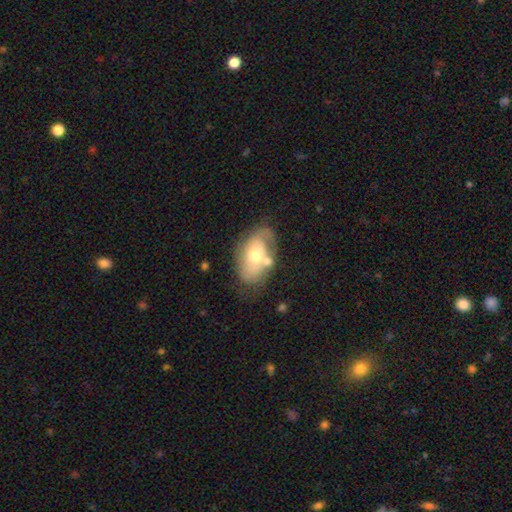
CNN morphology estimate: type=featured or disk (51%); edge-on=no (93%); merging=none (49%).